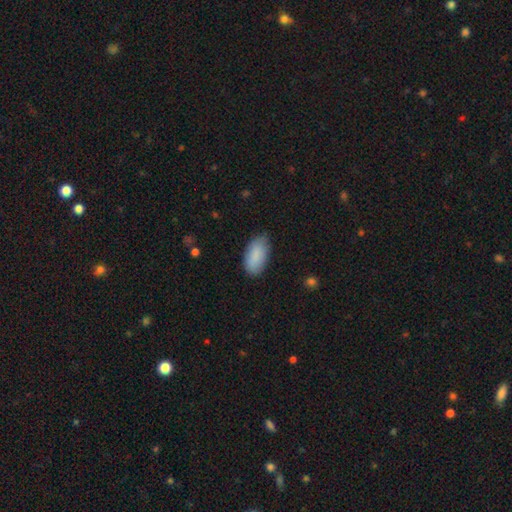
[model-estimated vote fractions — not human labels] This is clearly a smooth galaxy (89%). How rounded: clearly in between (94%). Merging: clearly none (80%).